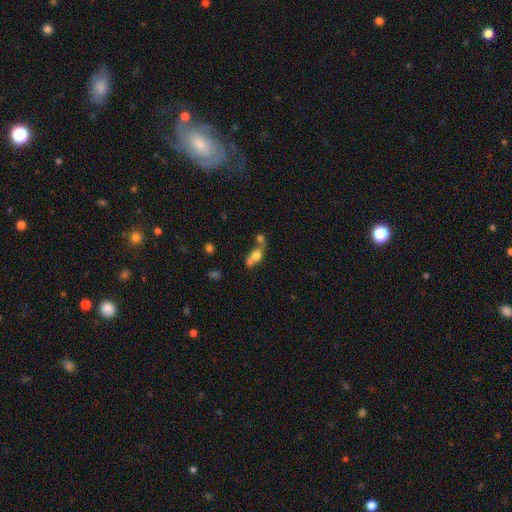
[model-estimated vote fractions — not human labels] Q: Smooth or featured?
A: smooth (65%); runner-up: featured or disk (24%)
Q: How rounded?
A: in between (53%); runner-up: round (38%)
Q: Merging?
A: merger (56%); runner-up: none (27%)